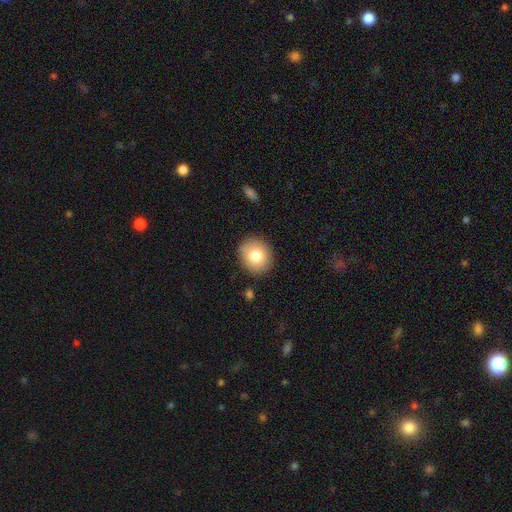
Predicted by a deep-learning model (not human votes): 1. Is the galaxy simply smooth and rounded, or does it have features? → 79% smooth, 12% featured or disk, 9% star or artifact.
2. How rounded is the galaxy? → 78% round, 21% in between, 1% cigar-shaped.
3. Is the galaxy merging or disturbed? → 87% none, 9% minor disturbance, 2% major disturbance, 2% merger.